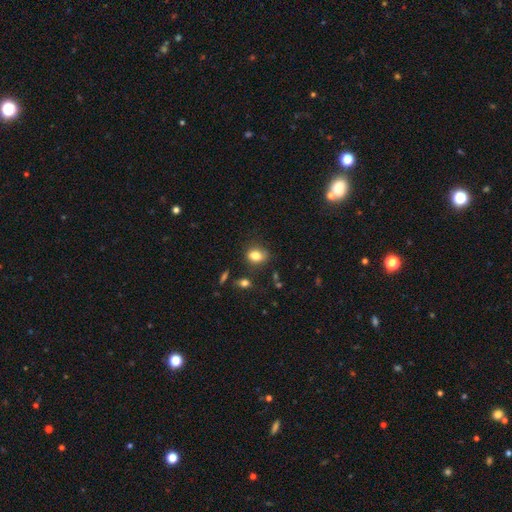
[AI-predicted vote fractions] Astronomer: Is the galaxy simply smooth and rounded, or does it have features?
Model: smooth — 81%.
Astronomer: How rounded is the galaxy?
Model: in between — 63%.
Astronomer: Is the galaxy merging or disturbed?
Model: none — 74%.